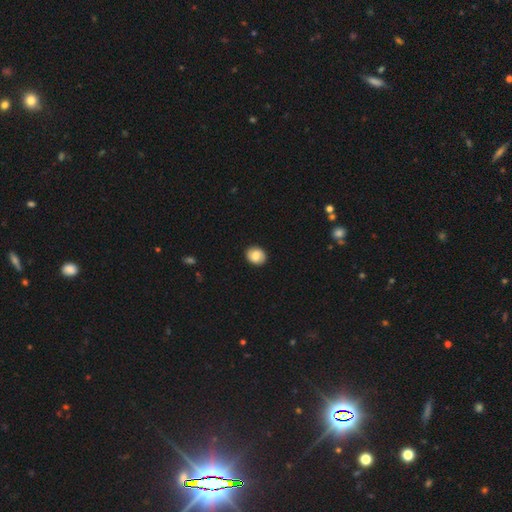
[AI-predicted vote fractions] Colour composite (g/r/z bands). It shows a smooth galaxy with no disk features (80%) that is round (66%). Merging: none (90%).